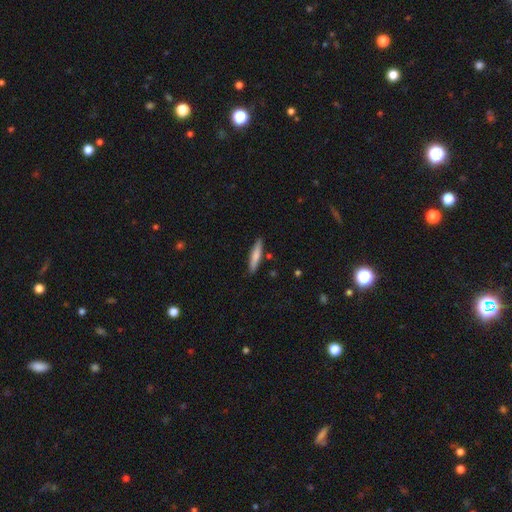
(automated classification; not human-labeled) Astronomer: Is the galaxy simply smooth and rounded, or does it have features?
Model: smooth — 73%.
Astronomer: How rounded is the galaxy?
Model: cigar-shaped — 88%.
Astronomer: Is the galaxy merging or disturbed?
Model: none — 87%.